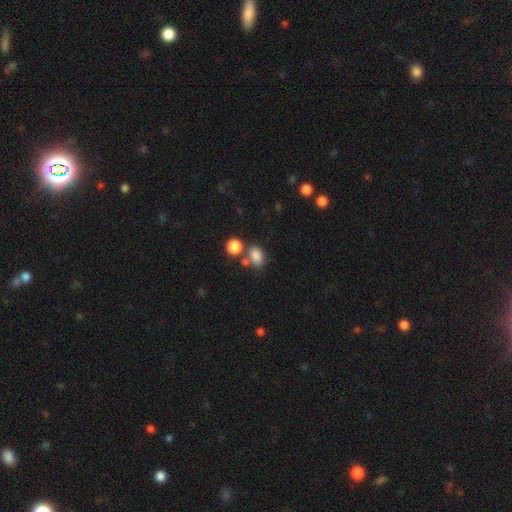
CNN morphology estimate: smooth_or_featured: smooth (p=0.83) [alt: star or artifact p=0.11]
how_rounded: in between (p=0.74) [alt: round p=0.25]
merging: none (p=0.56) [alt: merger p=0.25]